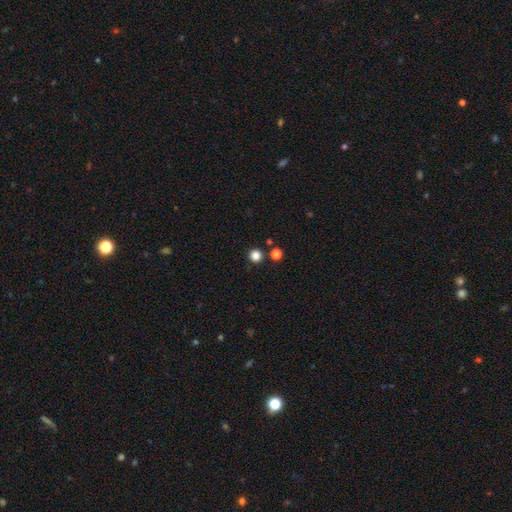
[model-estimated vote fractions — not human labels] The model was most divided on "smooth or featured": smooth: 83%, star or artifact: 14%, featured or disk: 4%. More confident: how rounded — round (96%); merging — none (88%).